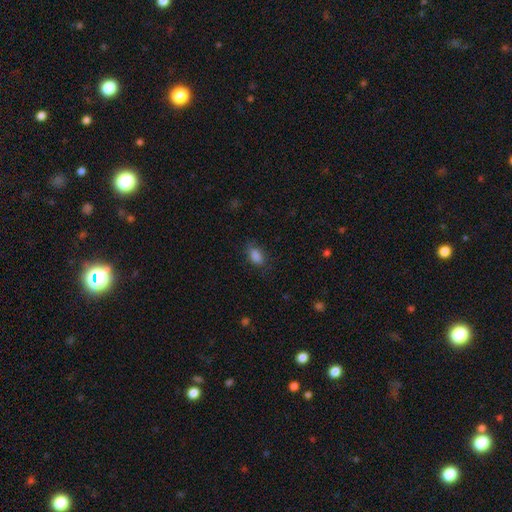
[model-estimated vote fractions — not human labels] Q: Smooth or featured?
A: smooth (84%); runner-up: star or artifact (10%)
Q: How rounded?
A: in between (89%); runner-up: round (7%)
Q: Merging?
A: none (75%); runner-up: minor disturbance (18%)